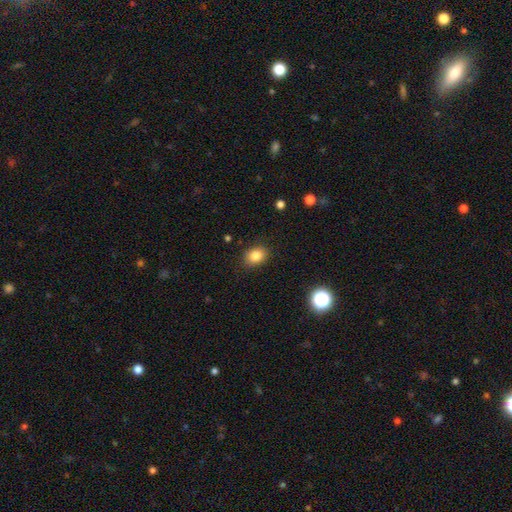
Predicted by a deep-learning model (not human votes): A smooth galaxy with no disk features (84%) that is in between round and cigar-shaped (65%).

Vote fractions:
- Smooth or featured? smooth: 84% / star or artifact: 10% / featured or disk: 6%
- How rounded? in between: 65% / round: 34% / cigar-shaped: 1%
- Merging? none: 86% / minor disturbance: 10% / major disturbance: 3% / merger: 1%